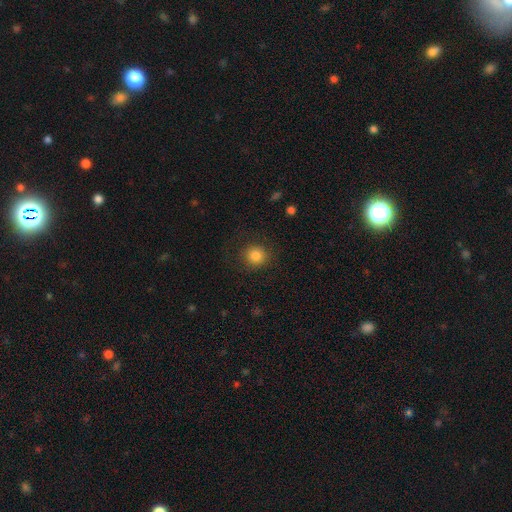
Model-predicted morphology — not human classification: This is clearly a smooth galaxy (83%). How rounded: clearly round (91%). Merging: clearly none (86%).